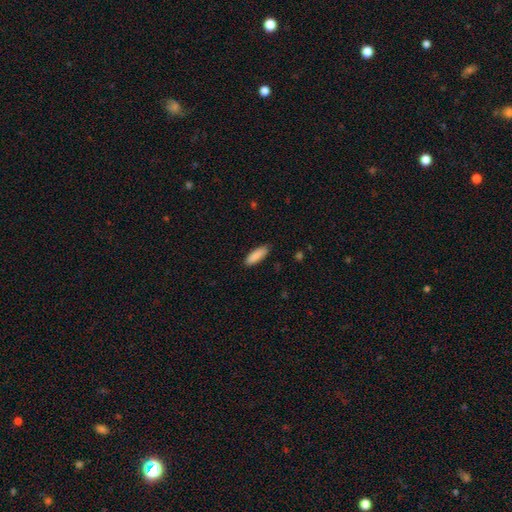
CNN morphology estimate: A smooth galaxy with no disk features (89%) that is in between round and cigar-shaped (61%). Merging: none (85%).